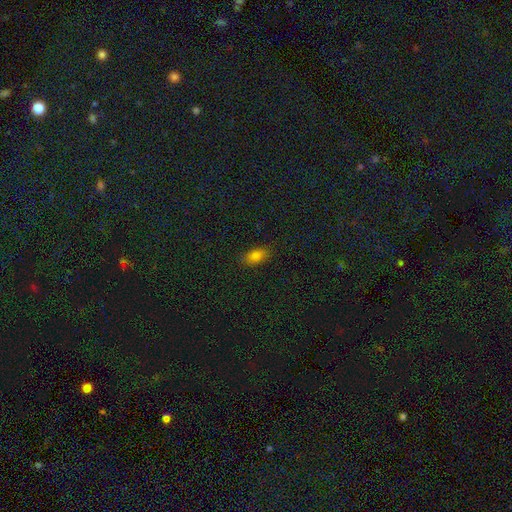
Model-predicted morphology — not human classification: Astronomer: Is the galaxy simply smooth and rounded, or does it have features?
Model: smooth — 81%.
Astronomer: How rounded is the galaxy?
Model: in between — 90%.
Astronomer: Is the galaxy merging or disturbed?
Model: none — 86%.